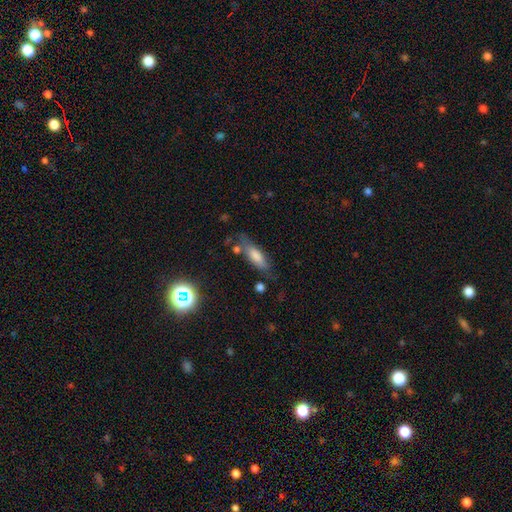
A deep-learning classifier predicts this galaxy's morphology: Q: Smooth or featured?
A: smooth (60%); runner-up: featured or disk (26%)
Q: How rounded?
A: cigar-shaped (50%); runner-up: in between (47%)
Q: Merging?
A: none (66%); runner-up: minor disturbance (21%)